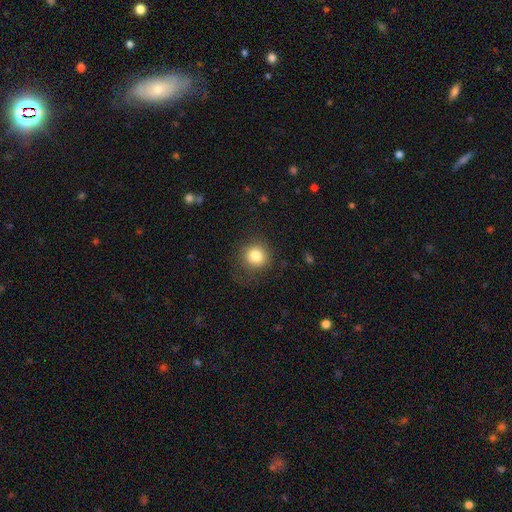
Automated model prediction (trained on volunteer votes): Morphology: type=smooth (82%); roundness=round (89%); merging=none (80%).